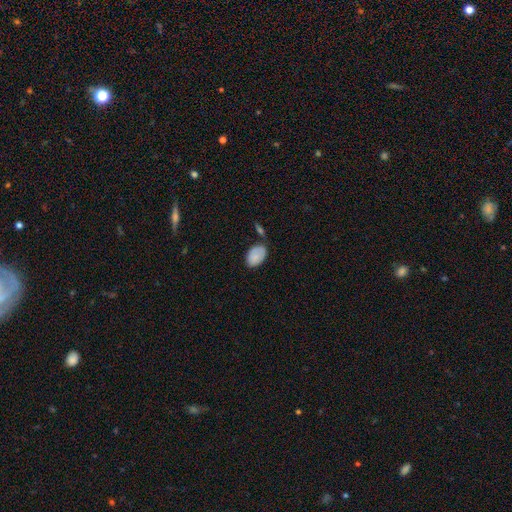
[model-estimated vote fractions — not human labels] Q: Smooth or featured?
A: smooth (83%); runner-up: featured or disk (10%)
Q: How rounded?
A: in between (91%); runner-up: round (8%)
Q: Merging?
A: none (60%); runner-up: minor disturbance (24%)